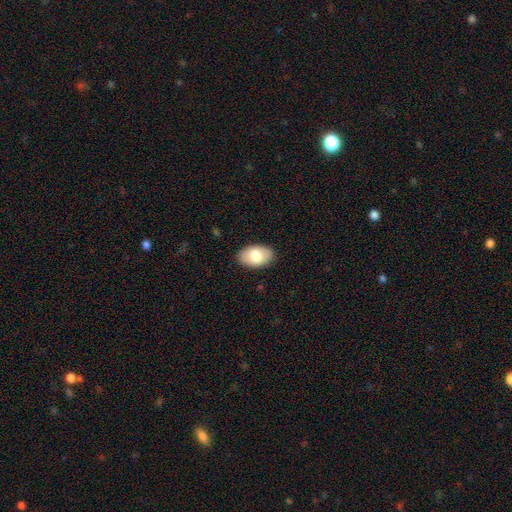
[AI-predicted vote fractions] A smooth galaxy with no disk features (76%) that is in between round and cigar-shaped (94%). Merging: none (87%).